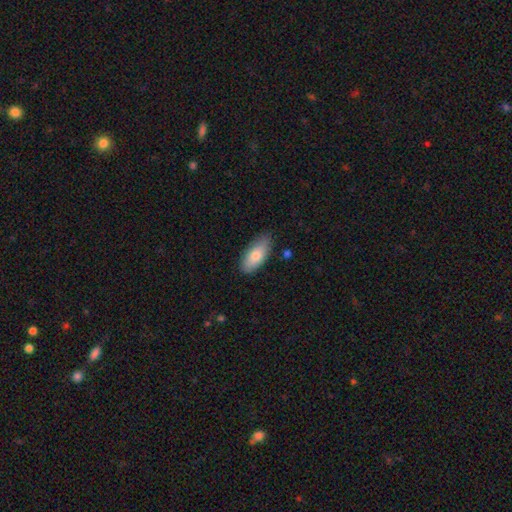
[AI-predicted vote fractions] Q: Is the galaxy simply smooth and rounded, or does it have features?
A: smooth — 78%.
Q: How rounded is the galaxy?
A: in between — 88%.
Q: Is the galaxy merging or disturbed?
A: none — 79%.